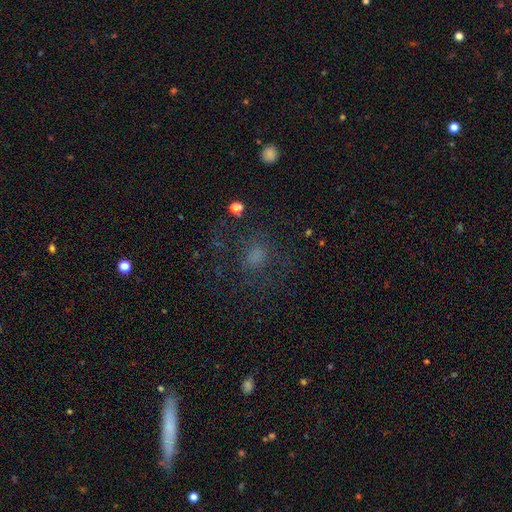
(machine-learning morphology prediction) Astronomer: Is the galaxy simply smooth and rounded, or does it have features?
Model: smooth — 52%.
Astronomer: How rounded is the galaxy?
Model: round — 72%.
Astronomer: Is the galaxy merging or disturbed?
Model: none — 65%.